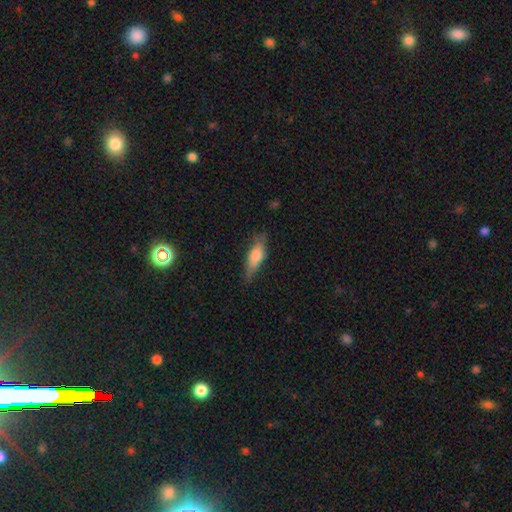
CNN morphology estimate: A smooth galaxy with no disk features (64%) that is cigar-shaped (55%).

Vote fractions:
- Smooth or featured? smooth: 64% / featured or disk: 28% / star or artifact: 7%
- How rounded? cigar-shaped: 55% / in between: 43% / round: 3%
- Merging? none: 75% / minor disturbance: 19% / major disturbance: 4% / merger: 1%